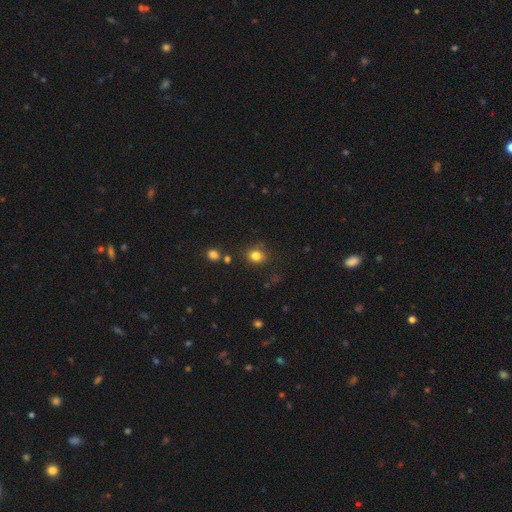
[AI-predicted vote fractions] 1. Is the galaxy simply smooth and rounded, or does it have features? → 81% smooth, 13% star or artifact, 6% featured or disk.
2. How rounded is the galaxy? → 65% round, 34% in between, 1% cigar-shaped.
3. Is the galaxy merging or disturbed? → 78% none, 14% minor disturbance, 4% merger, 4% major disturbance.